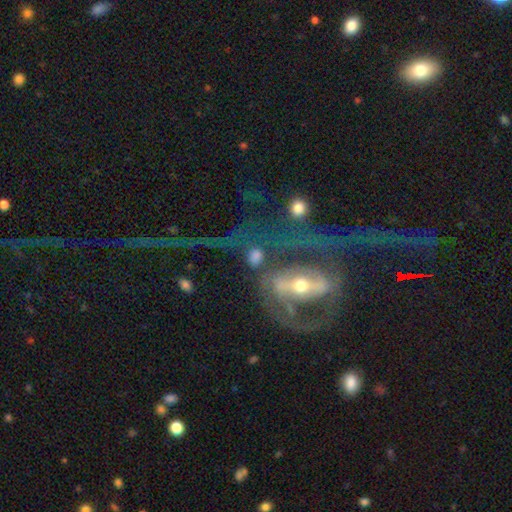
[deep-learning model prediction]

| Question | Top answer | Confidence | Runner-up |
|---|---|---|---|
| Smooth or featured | featured or disk | 70% | smooth (20%) |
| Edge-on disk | no | 88% | yes (12%) |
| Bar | strong | 58% | weak (24%) |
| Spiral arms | yes | 69% | no (31%) |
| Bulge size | moderate | 61% | small (28%) |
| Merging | none | 53% | major disturbance (21%) |